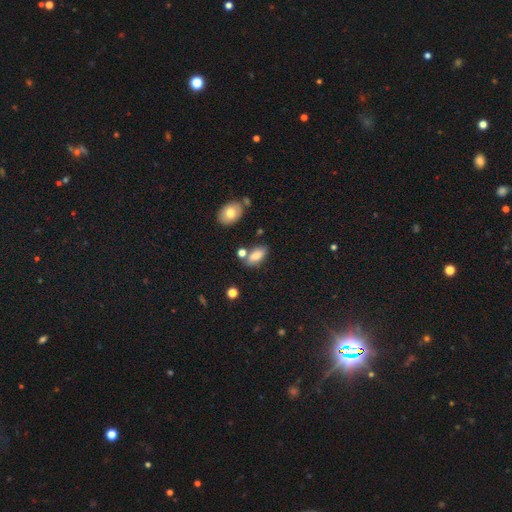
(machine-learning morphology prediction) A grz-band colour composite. It shows a smooth galaxy with no disk features (79%) that is in between round and cigar-shaped (87%). Merging: none (64%).